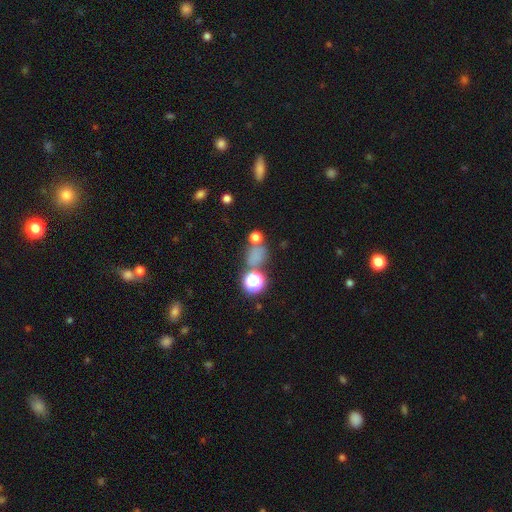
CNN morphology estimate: The model was most divided on "how rounded": round: 60%, in between: 38%, cigar-shaped: 2%. More confident: smooth or featured — smooth (63%); merging — none (53%).